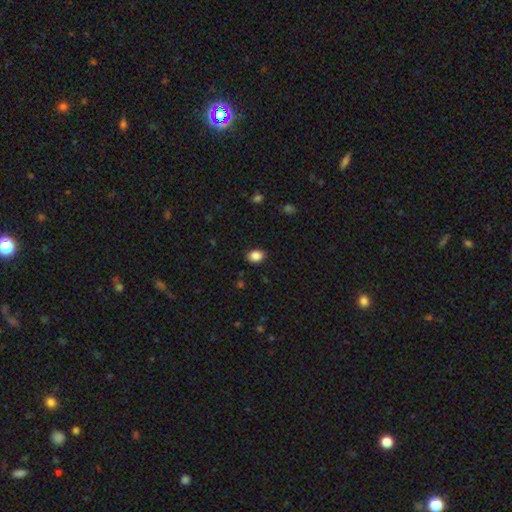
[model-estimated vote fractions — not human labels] smooth_or_featured: smooth (p=0.87) [alt: star or artifact p=0.09]
how_rounded: in between (p=0.73) [alt: round p=0.26]
merging: none (p=0.88) [alt: minor disturbance p=0.09]